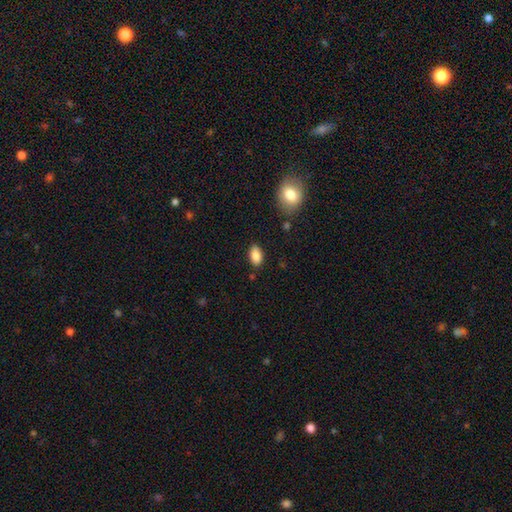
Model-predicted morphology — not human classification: A smooth galaxy with no disk features (86%) that is in between round and cigar-shaped (91%). Merging: none (83%).